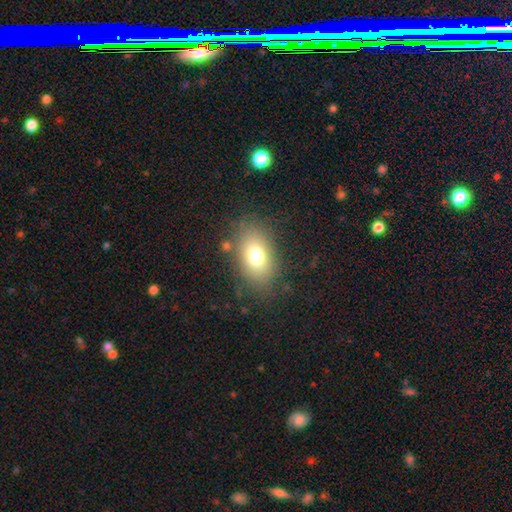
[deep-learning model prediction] This is likely a smooth galaxy (74%). How rounded: clearly in between (82%). Merging: likely none (80%).